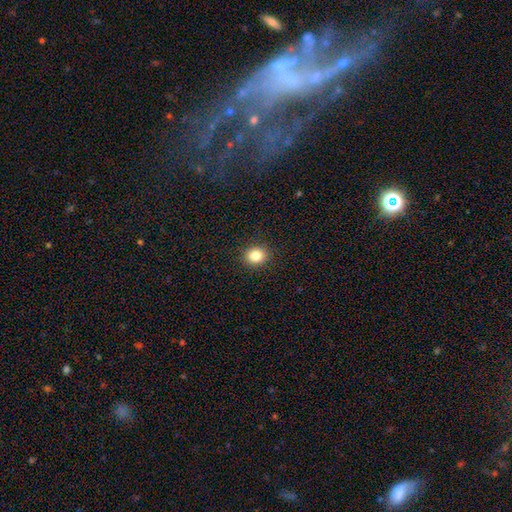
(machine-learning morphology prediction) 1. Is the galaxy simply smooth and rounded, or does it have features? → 84% smooth, 11% star or artifact, 5% featured or disk.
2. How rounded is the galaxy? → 74% round, 25% in between, 1% cigar-shaped.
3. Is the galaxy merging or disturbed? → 91% none, 6% minor disturbance, 2% major disturbance, 1% merger.